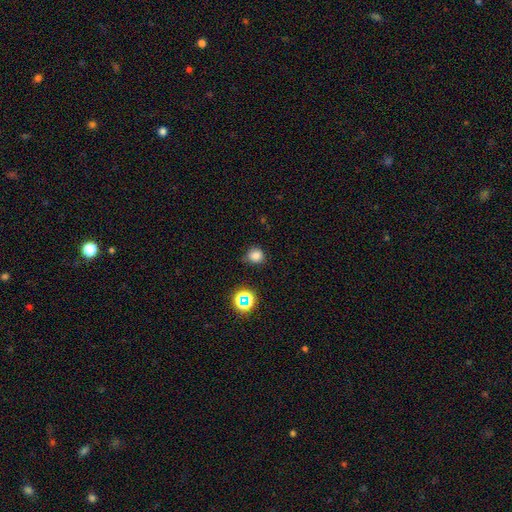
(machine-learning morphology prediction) Q: Smooth or featured?
A: smooth (78%); runner-up: star or artifact (17%)
Q: How rounded?
A: round (86%); runner-up: in between (13%)
Q: Merging?
A: none (75%); runner-up: minor disturbance (18%)